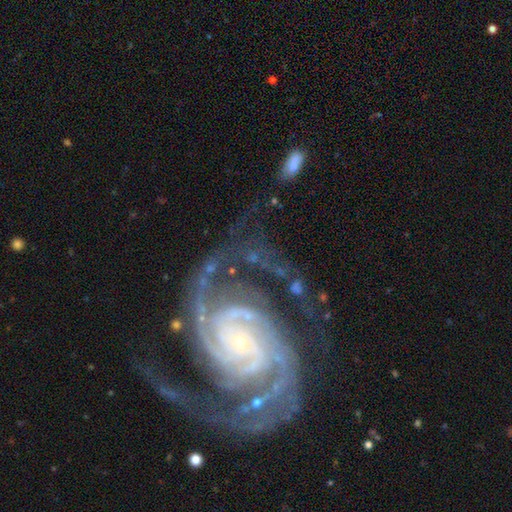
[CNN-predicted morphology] A featured or disk galaxy (92%) with no bar (66%), 2 (43%) tight (61%) spiral arms (99%) and a small central bulge (86%). Merging: none (56%).